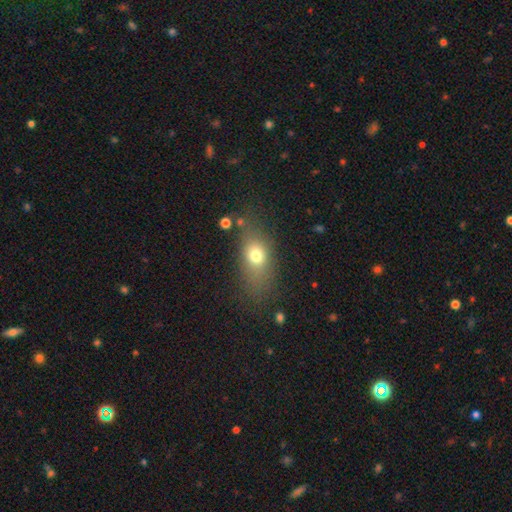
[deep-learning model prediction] This appears to be a smooth galaxy with no disk features (71%) that is in between round and cigar-shaped (69%). Merging: none (69%).